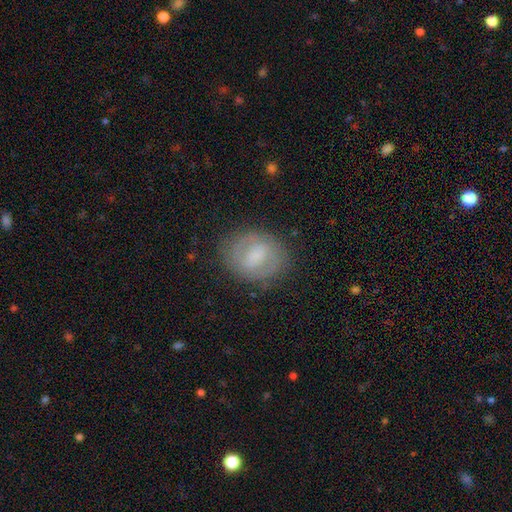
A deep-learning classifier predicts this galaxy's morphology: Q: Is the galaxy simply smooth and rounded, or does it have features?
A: featured or disk — 53%.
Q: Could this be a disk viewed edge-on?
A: no — 96%.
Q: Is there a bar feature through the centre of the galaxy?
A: weak — 49%.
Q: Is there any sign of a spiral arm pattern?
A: yes — 66%.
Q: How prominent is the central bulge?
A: moderate — 32%.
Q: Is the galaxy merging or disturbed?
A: none — 78%.